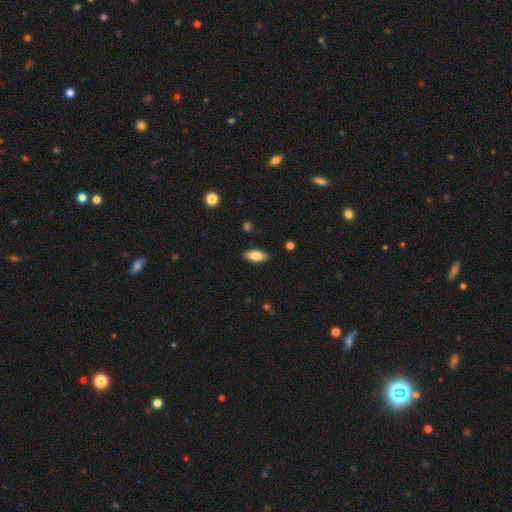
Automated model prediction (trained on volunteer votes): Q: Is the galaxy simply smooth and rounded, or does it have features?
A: smooth — 78%.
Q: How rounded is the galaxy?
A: in between — 85%.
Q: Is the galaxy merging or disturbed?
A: none — 88%.